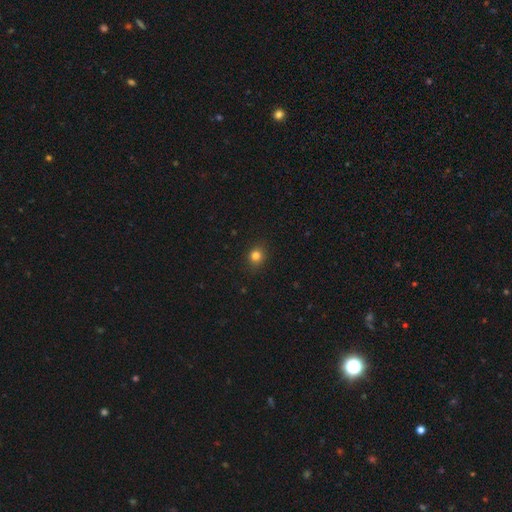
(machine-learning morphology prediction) This is clearly a smooth galaxy (82%). How rounded: likely round (76%). Merging: clearly none (89%).